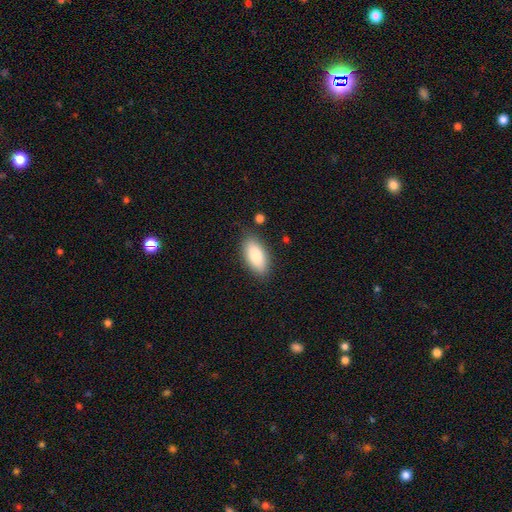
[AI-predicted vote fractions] A smooth galaxy with no disk features (85%) that is in between round and cigar-shaped (90%). Merging: none (83%).